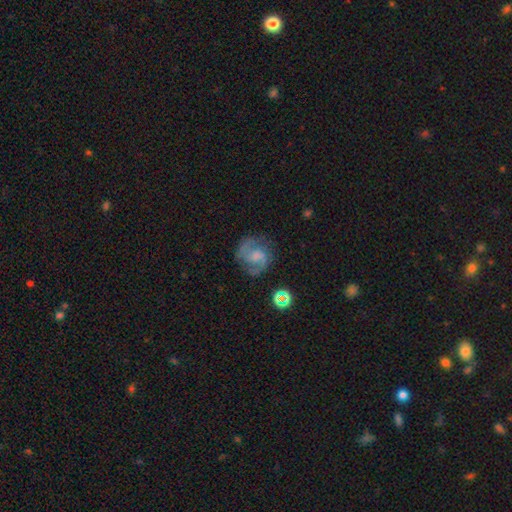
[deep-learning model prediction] Smooth or featured?
  - featured or disk: 70% *
  - smooth: 20%
  - star or artifact: 9%
Edge-on disk?
  - no: 98% *
  - yes: 2%
Bar?
  - no: 55% *
  - weak: 38%
  - strong: 7%
Spiral arms?
  - yes: 91% *
  - no: 9%
Spiral winding?
  - medium: 52% *
  - tight: 26%
  - loose: 22%
Spiral arm count?
  - 2: 78% *
  - can't tell: 10%
  - 3: 5%
  - 1: 4%
  - 4: 2%
  - more than 4: 2%
Bulge size?
  - none: 42% *
  - small: 25%
  - moderate: 23%
  - large: 9%
  - dominant: 2%
Merging?
  - none: 66% *
  - minor disturbance: 19%
  - major disturbance: 13%
  - merger: 2%